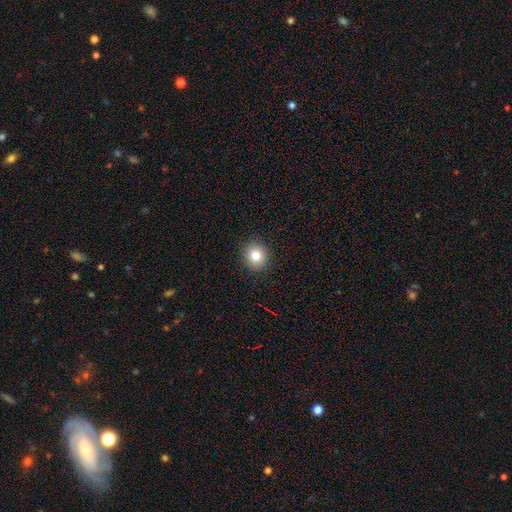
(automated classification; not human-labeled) Morphology: type=smooth (81%); roundness=round (85%); merging=none (91%).